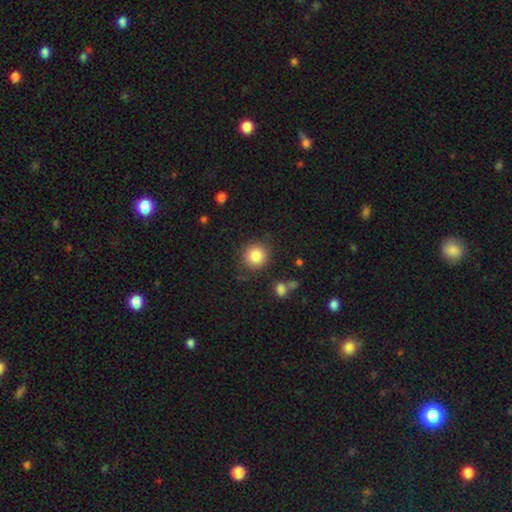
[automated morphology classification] Smooth or featured: smooth — 85% (star or artifact — 9%)
How rounded: round — 92% (in between — 7%)
Merging: none — 84% (minor disturbance — 10%)